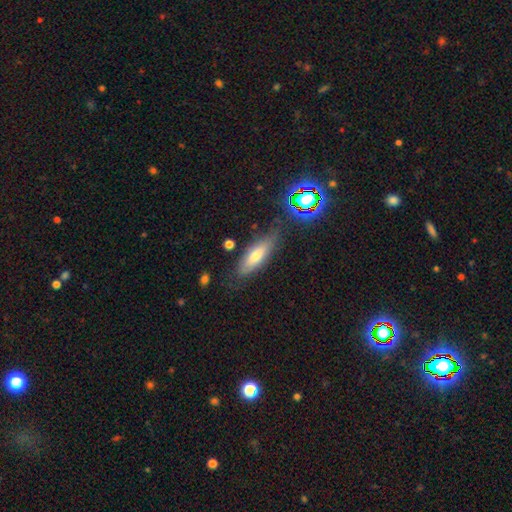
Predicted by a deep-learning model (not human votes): A smooth galaxy with no disk features (59%) that is in between round and cigar-shaped (50%).

Vote fractions:
- Smooth or featured? smooth: 59% / featured or disk: 27% / star or artifact: 14%
- How rounded? in between: 50% / cigar-shaped: 47% / round: 3%
- Merging? none: 76% / minor disturbance: 16% / major disturbance: 5% / merger: 3%